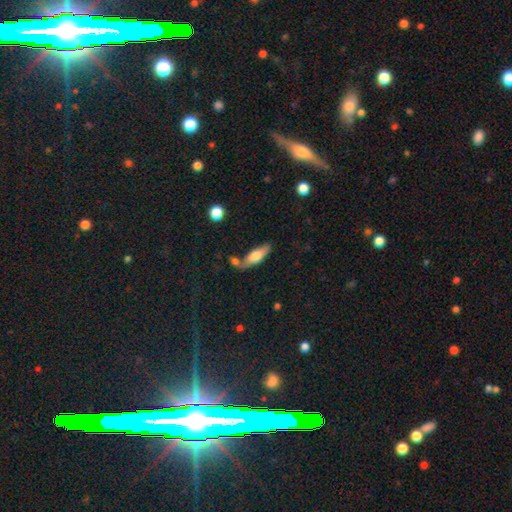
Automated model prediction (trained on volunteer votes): Smooth or featured?
  - smooth: 61% *
  - featured or disk: 33%
  - star or artifact: 6%
How rounded?
  - in between: 57% *
  - cigar-shaped: 41%
  - round: 3%
Merging?
  - none: 59% *
  - merger: 18%
  - minor disturbance: 18%
  - major disturbance: 5%